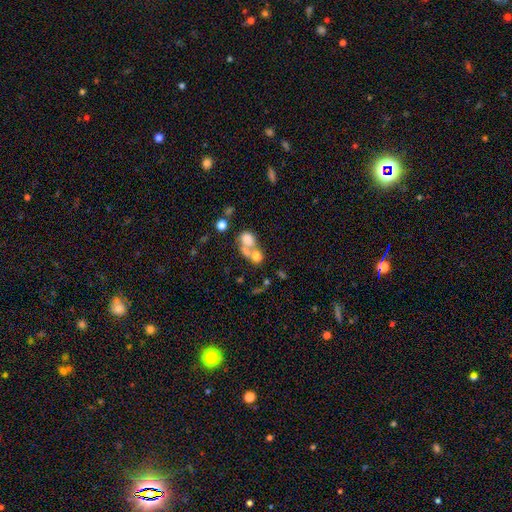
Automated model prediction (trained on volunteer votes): The model was most divided on "how rounded": round: 62%, in between: 37%, cigar-shaped: 1%. More confident: smooth or featured — smooth (64%); merging — merger (62%).